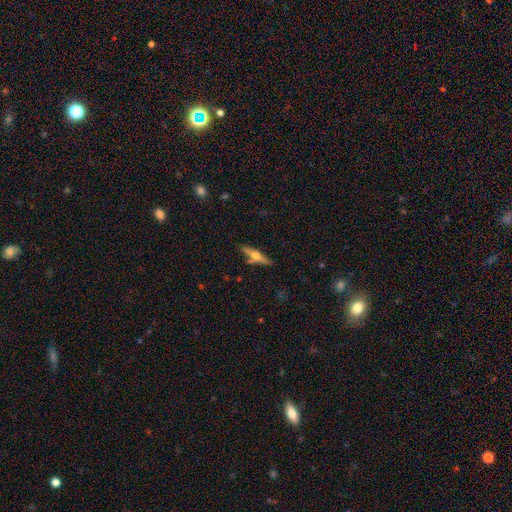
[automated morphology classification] This appears to be a featured or disk galaxy (61%) viewed edge-on (94%) with a rounded central bulge (93%). Merging: none (77%).